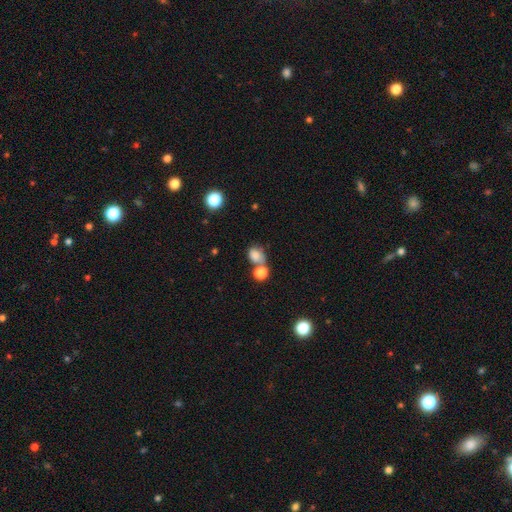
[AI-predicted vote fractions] Smooth or featured? smooth (80%)
How rounded? in between (54%)
Merging? none (42%)